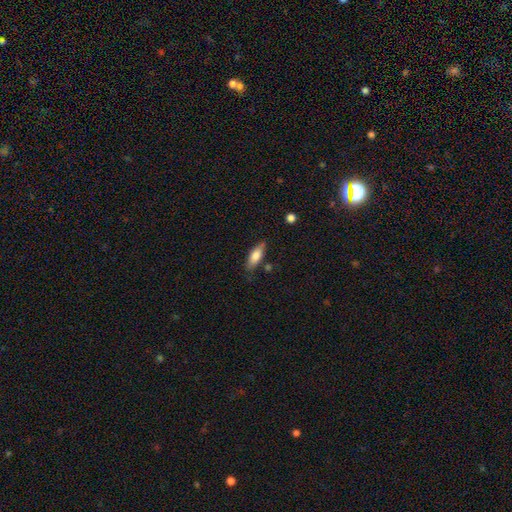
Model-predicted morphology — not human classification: Smooth or featured?
  - smooth: 77% *
  - featured or disk: 17%
  - star or artifact: 7%
How rounded?
  - in between: 67% *
  - cigar-shaped: 31%
  - round: 2%
Merging?
  - none: 76% *
  - minor disturbance: 17%
  - major disturbance: 4%
  - merger: 4%